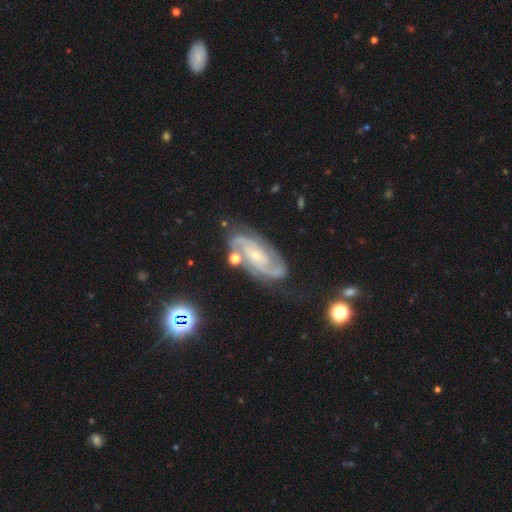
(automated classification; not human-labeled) Smooth or featured? featured or disk (89%)
Edge-on disk? no (96%)
Bar? no (57%)
Spiral arms? yes (98%)
Spiral winding? tight (49%)
Spiral arm count? 2 (76%)
Bulge size? small (77%)
Merging? none (72%)